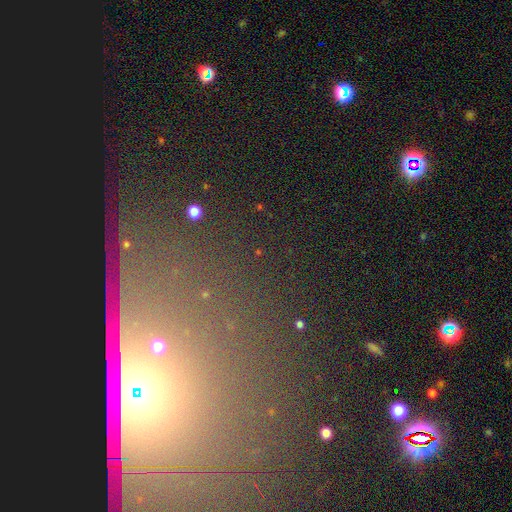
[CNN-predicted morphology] Smooth or featured: star or artifact — 68% (smooth — 19%)